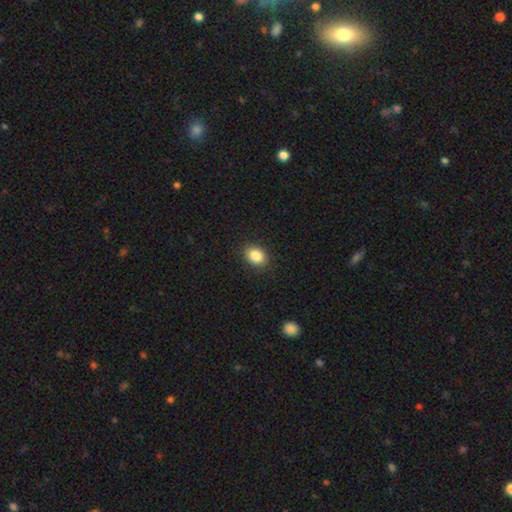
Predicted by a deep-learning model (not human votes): This is clearly a smooth galaxy (86%). How rounded: likely in between (68%). Merging: clearly none (89%).